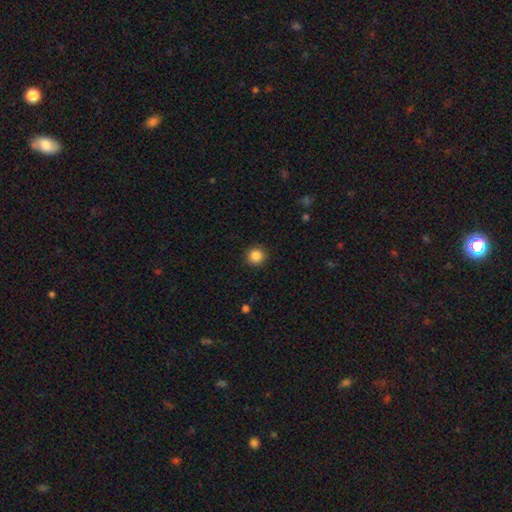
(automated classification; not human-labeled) smooth-or-featured: smooth: 86% | star or artifact: 10% | featured or disk: 4%
  how-rounded: round: 95% | in between: 4% | cigar-shaped: 1%
  merging: none: 92% | minor disturbance: 5% | major disturbance: 2% | merger: 1%